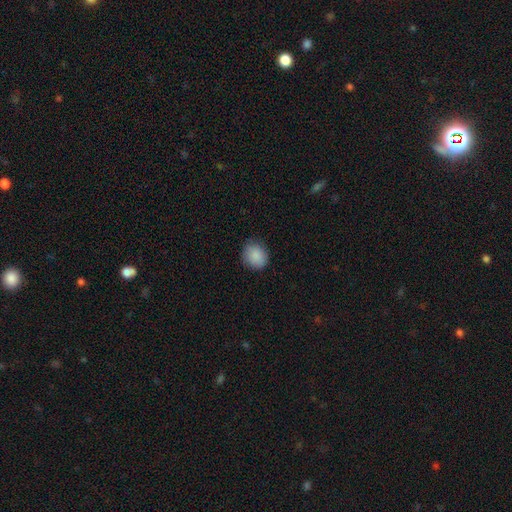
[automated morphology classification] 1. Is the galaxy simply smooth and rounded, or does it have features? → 88% smooth, 8% star or artifact, 4% featured or disk.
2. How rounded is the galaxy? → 76% round, 23% in between, 1% cigar-shaped.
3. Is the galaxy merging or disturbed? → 83% none, 14% minor disturbance, 3% major disturbance, 1% merger.